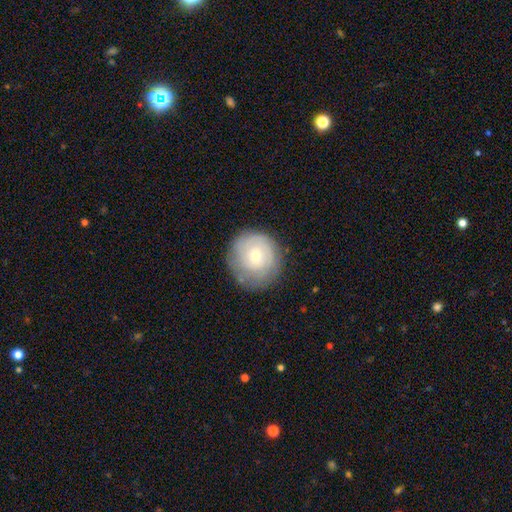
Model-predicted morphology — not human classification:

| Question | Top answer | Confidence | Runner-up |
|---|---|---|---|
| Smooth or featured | smooth | 56% | featured or disk (36%) |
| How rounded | round | 90% | in between (9%) |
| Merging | none | 74% | minor disturbance (18%) |